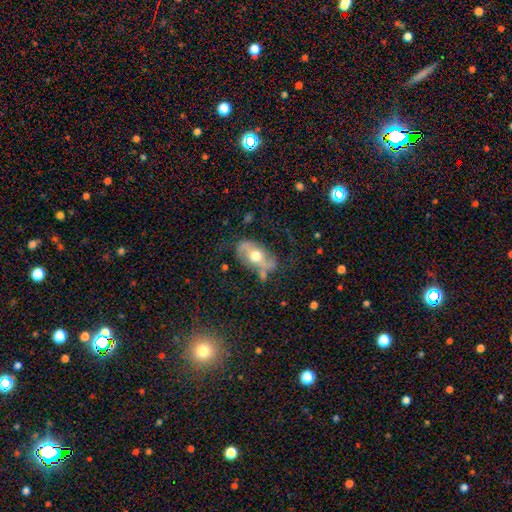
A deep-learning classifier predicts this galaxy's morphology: Smooth or featured? featured or disk (65%)
Edge-on disk? no (86%)
Bar? no (41%)
Spiral arms? yes (61%)
Bulge size? moderate (75%)
Merging? none (57%)